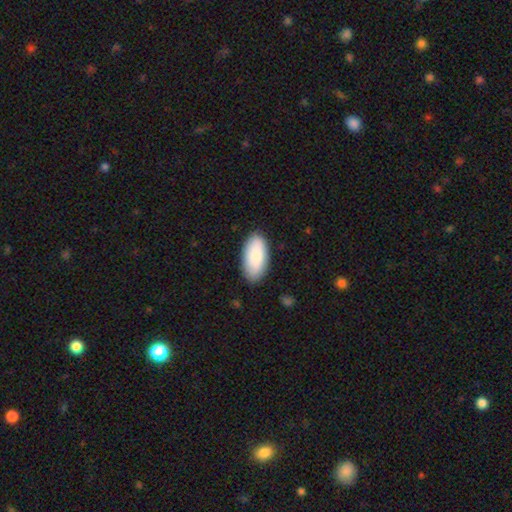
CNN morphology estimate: type=smooth (84%); roundness=in between (94%); merging=none (86%).